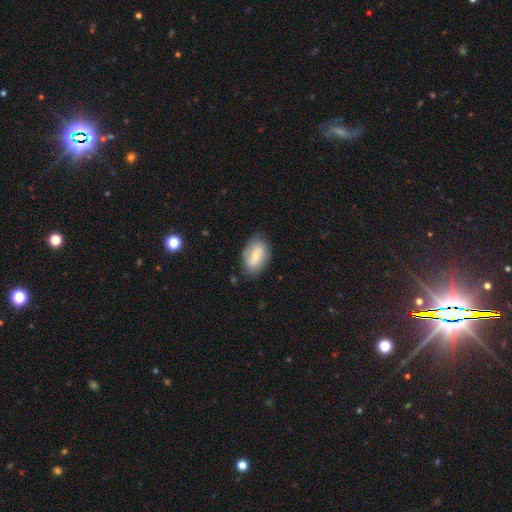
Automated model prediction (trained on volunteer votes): A smooth galaxy with no disk features (49%).

Vote fractions:
- Smooth or featured? smooth: 49% / featured or disk: 44% / star or artifact: 7%
- Merging? none: 76% / minor disturbance: 18% / major disturbance: 5% / merger: 2%